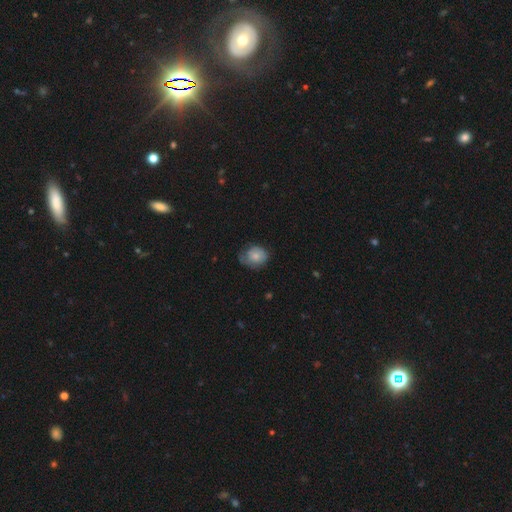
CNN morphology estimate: Smooth or featured? Predicted: smooth (p=0.64). How rounded? Predicted: round (p=0.61). Merging? Predicted: none (p=0.51).